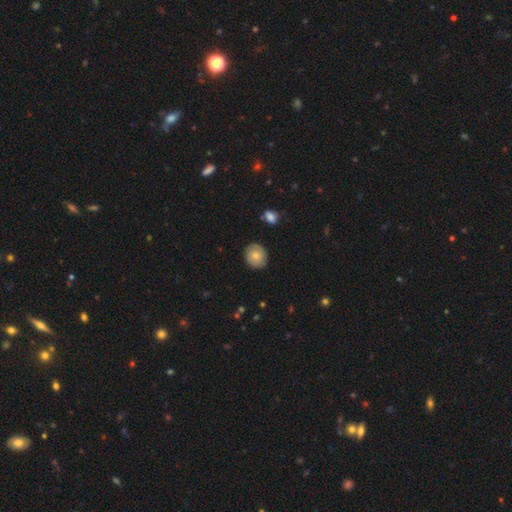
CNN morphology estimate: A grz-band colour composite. It shows a smooth galaxy with no disk features (69%) that is round (75%). Merging: none (85%).